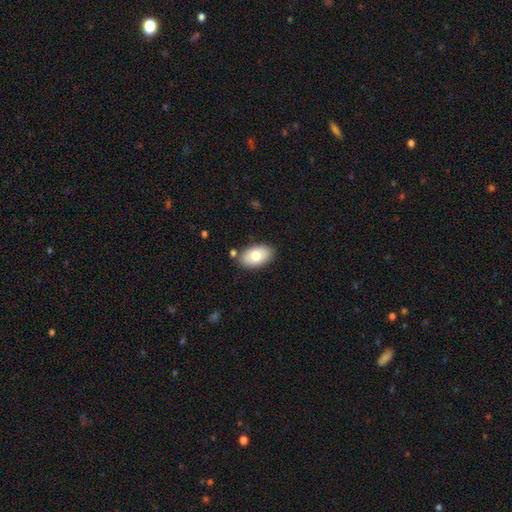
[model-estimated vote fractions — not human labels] This is likely a smooth galaxy (75%). How rounded: clearly in between (93%). Merging: clearly none (82%).